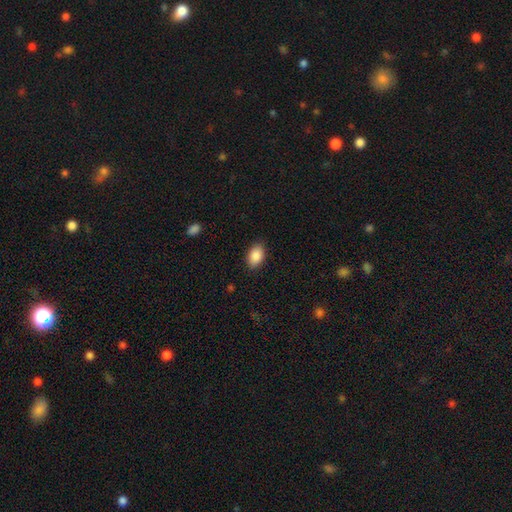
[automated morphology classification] Smooth or featured?
  - smooth: 89% *
  - star or artifact: 7%
  - featured or disk: 4%
How rounded?
  - in between: 90% *
  - round: 8%
  - cigar-shaped: 1%
Merging?
  - none: 87% *
  - minor disturbance: 10%
  - major disturbance: 2%
  - merger: 1%